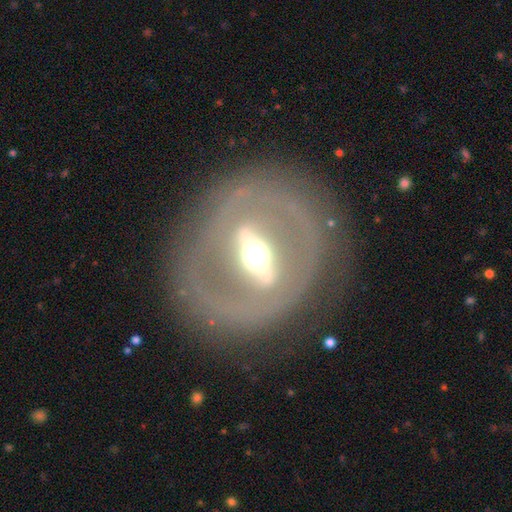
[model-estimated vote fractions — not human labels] smooth_or_featured: featured or disk (p=0.80) [alt: smooth p=0.13]
disk_edge_on: no (p=0.73) [alt: yes p=0.27]
bar: strong (p=0.76) [alt: weak p=0.15]
has_spiral_arms: no (p=0.77) [alt: yes p=0.23]
bulge_size: moderate (p=0.65) [alt: large p=0.17]
merging: none (p=0.81) [alt: minor disturbance p=0.10]